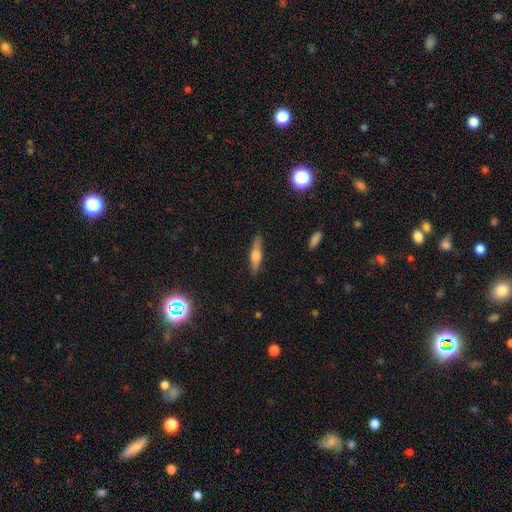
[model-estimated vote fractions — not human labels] Overall: featured or disk (52%; smooth 41%). Edge-on disk: yes (95%). Merging: none (87%).